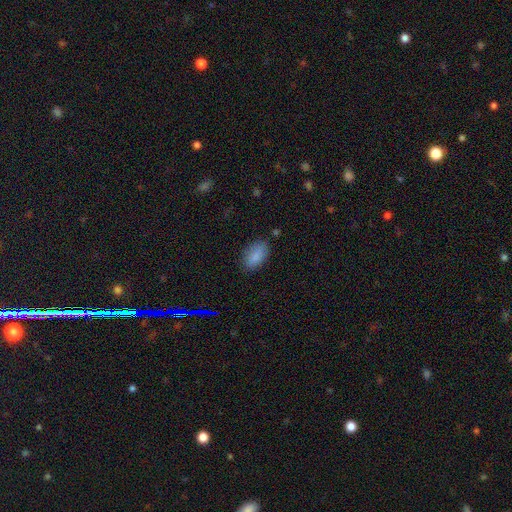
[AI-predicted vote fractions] smooth 87%, star or artifact 8%, featured or disk 5%. Down the decision tree: how rounded — in between (92%); merging — none (82%).